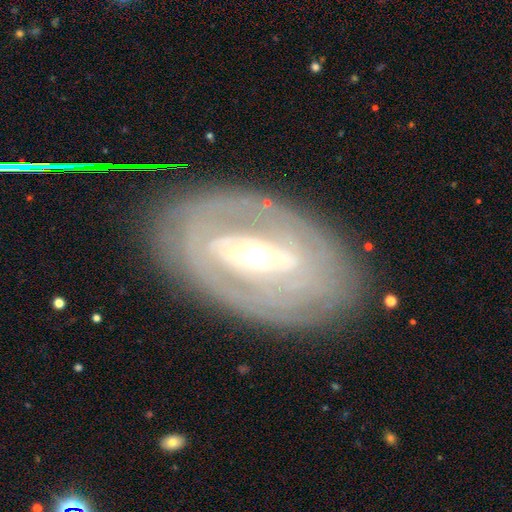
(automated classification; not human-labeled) smooth_or_featured: featured or disk (p=0.79) [alt: smooth p=0.15]
disk_edge_on: no (p=0.92) [alt: yes p=0.08]
bar: strong (p=0.51) [alt: weak p=0.32]
has_spiral_arms: yes (p=0.61) [alt: no p=0.39]
bulge_size: moderate (p=0.56) [alt: small p=0.36]
merging: none (p=0.82) [alt: minor disturbance p=0.12]